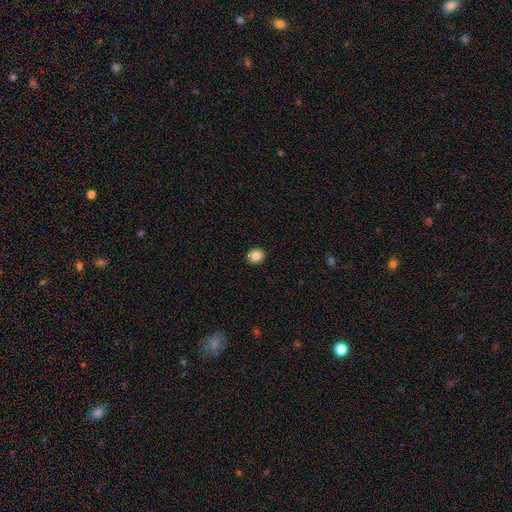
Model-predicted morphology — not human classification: smooth_or_featured: smooth (p=0.84) [alt: star or artifact p=0.09]
how_rounded: round (p=0.73) [alt: in between p=0.26]
merging: none (p=0.91) [alt: minor disturbance p=0.07]